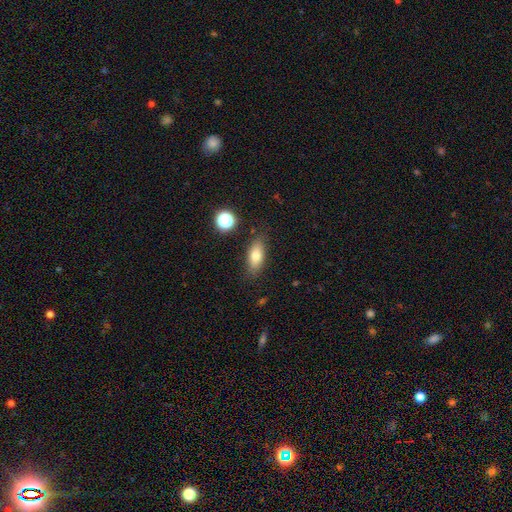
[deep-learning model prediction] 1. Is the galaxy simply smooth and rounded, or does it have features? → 76% smooth, 15% featured or disk, 9% star or artifact.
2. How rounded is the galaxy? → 78% in between, 17% cigar-shaped, 5% round.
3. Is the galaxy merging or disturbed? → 83% none, 12% minor disturbance, 3% major disturbance, 2% merger.